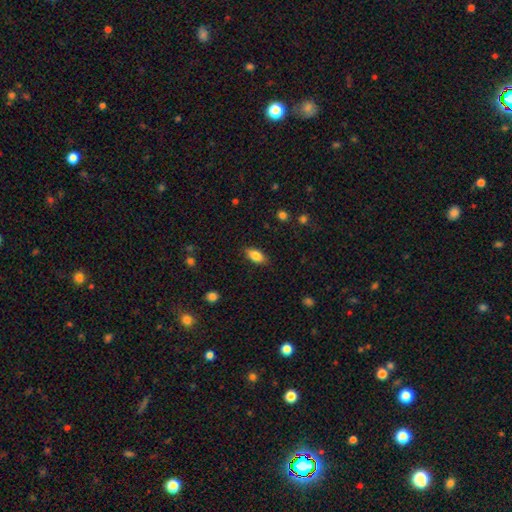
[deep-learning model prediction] A smooth galaxy with no disk features (83%) that is in between round and cigar-shaped (88%). Merging: none (86%).